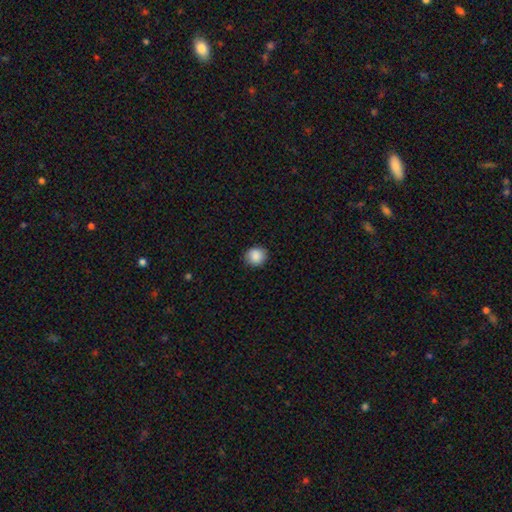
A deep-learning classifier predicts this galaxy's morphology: Smooth or featured: smooth — 88% (star or artifact — 9%)
How rounded: round — 88% (in between — 11%)
Merging: none — 88% (minor disturbance — 9%)